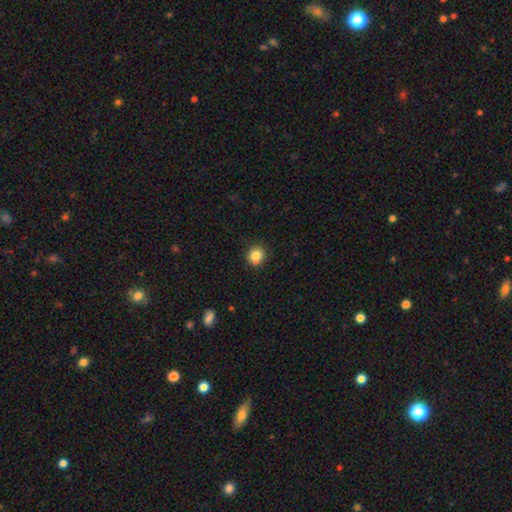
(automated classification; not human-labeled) A smooth galaxy with no disk features (81%) that is round (85%). Merging: none (70%).